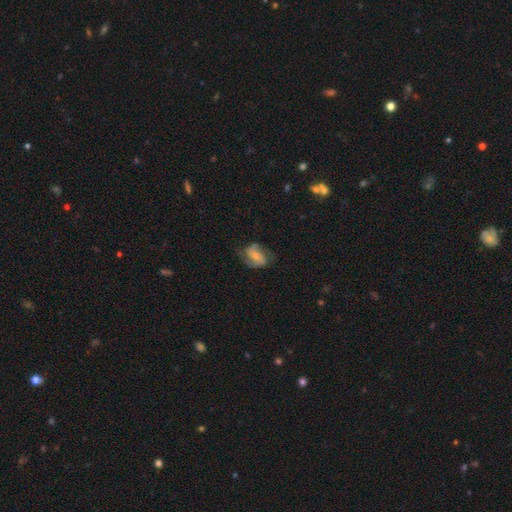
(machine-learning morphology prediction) This appears to be a featured or disk galaxy (57%) with no bar (45%), spiral arms (86%) and a small central bulge (51%). Merging: none (59%).